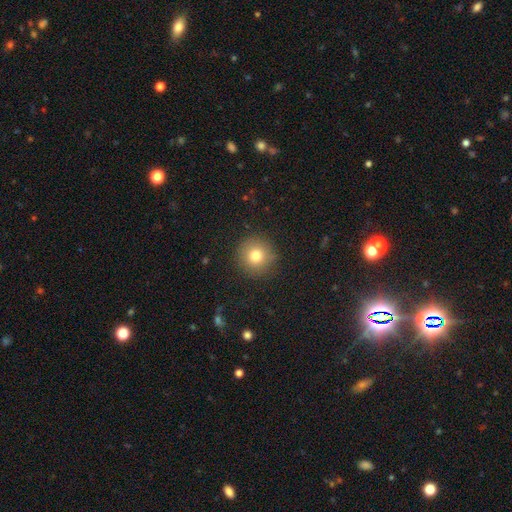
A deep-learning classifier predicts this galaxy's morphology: A smooth galaxy with no disk features (78%) that is round (95%). Merging: none (89%).